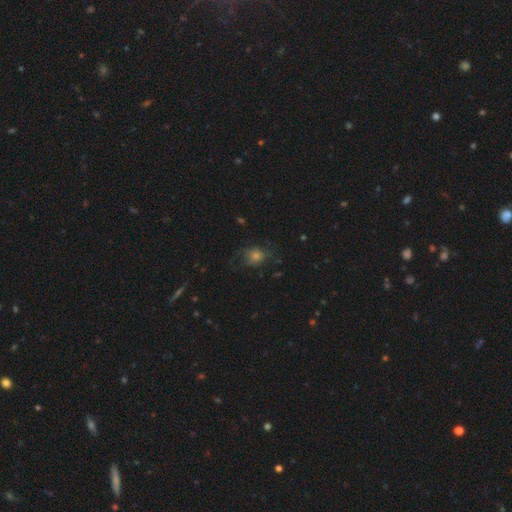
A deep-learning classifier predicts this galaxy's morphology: Smooth or featured?
  - smooth: 53% *
  - star or artifact: 24%
  - featured or disk: 22%
How rounded?
  - round: 65% *
  - in between: 34%
  - cigar-shaped: 1%
Merging?
  - none: 62% *
  - minor disturbance: 21%
  - major disturbance: 15%
  - merger: 2%